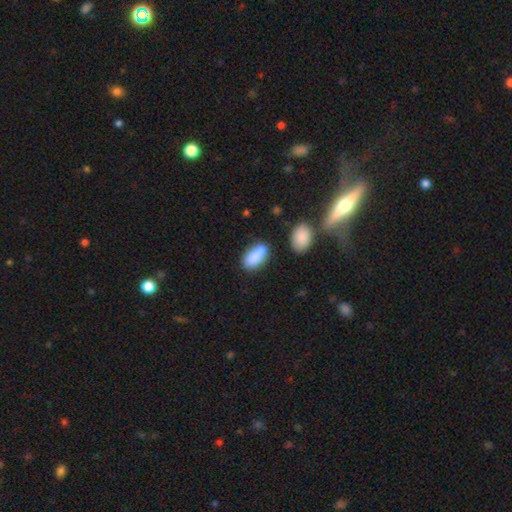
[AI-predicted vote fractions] smooth_or_featured: smooth (p=0.86) [alt: star or artifact p=0.07]
how_rounded: in between (p=0.85) [alt: cigar-shaped p=0.12]
merging: none (p=0.68) [alt: minor disturbance p=0.19]